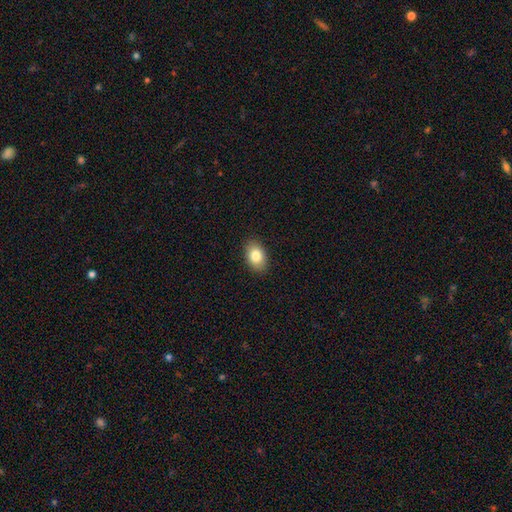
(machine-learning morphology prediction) smooth-or-featured: smooth: 83% | featured or disk: 9% | star or artifact: 8%
  how-rounded: in between: 86% | round: 13% | cigar-shaped: 1%
  merging: none: 89% | minor disturbance: 8% | major disturbance: 2% | merger: 1%